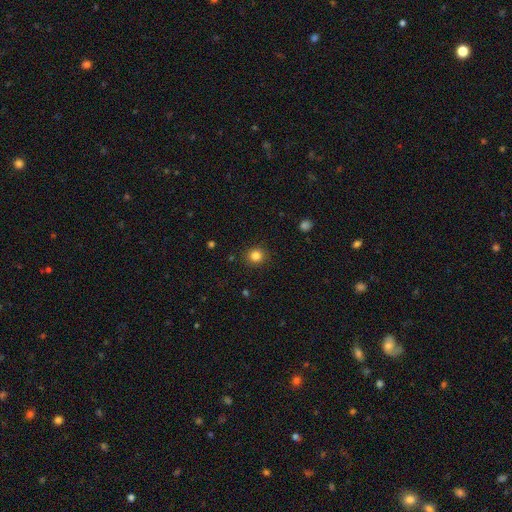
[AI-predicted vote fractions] Morphology: type=smooth (83%); roundness=round (90%); merging=none (91%).